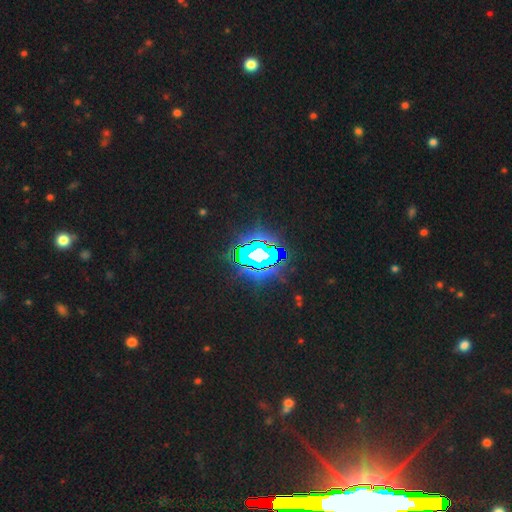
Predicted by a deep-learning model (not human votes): This appears to be a star or artifact, not a galaxy (75%).